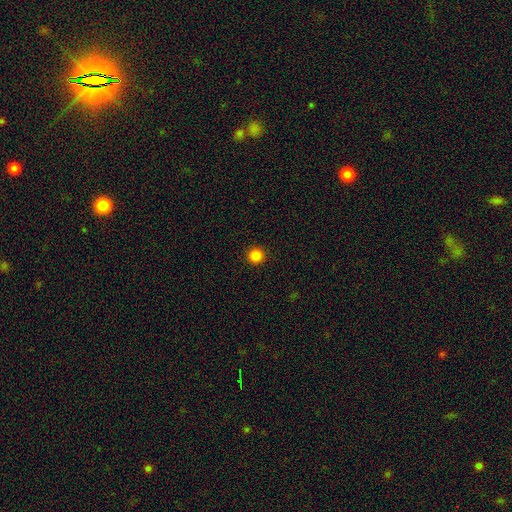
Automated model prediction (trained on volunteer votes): A smooth galaxy with no disk features (85%) that is round (96%). Merging: none (93%).